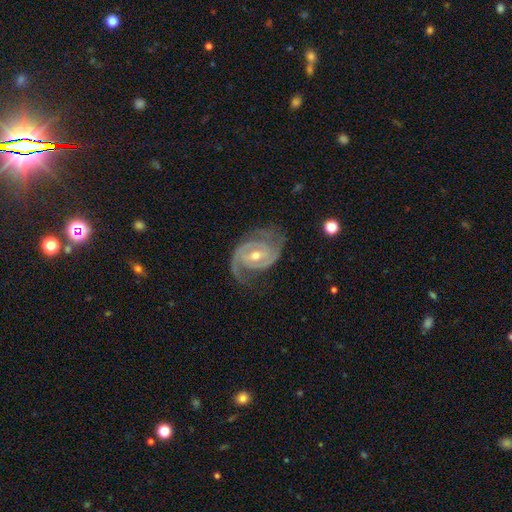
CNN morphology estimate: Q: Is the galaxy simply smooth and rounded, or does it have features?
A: featured or disk — 92%.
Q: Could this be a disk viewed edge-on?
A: no — 97%.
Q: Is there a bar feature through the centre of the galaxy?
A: weak — 47%.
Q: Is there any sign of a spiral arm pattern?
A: yes — 98%.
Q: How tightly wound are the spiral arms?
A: tight — 50%.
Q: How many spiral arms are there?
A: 2 — 77%.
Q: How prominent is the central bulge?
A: moderate — 60%.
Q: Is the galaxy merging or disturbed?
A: none — 71%.